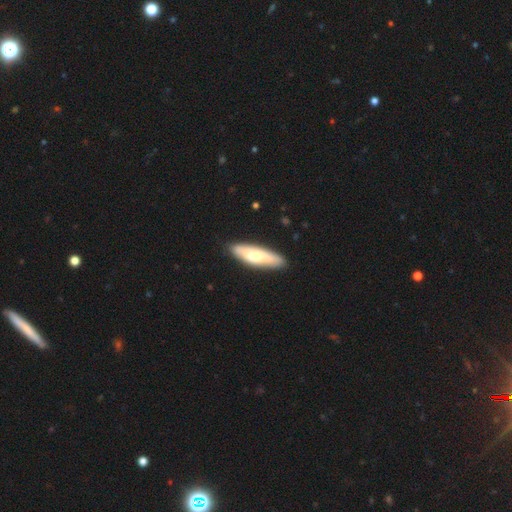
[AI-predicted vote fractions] This appears to be a smooth galaxy with no disk features (62%) that is cigar-shaped (55%). Merging: none (85%).